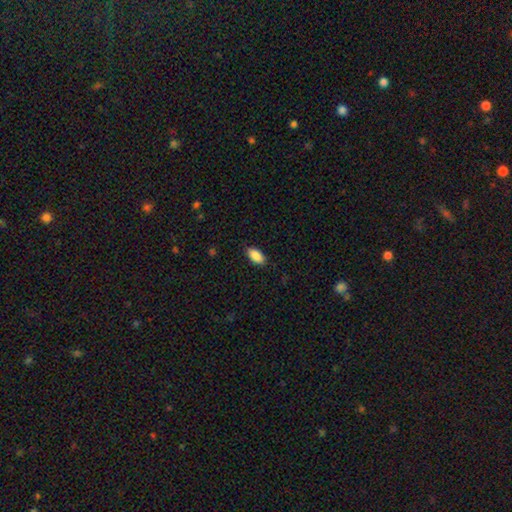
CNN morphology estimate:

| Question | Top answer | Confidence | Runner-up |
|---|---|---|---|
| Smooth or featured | smooth | 89% | star or artifact (7%) |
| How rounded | in between | 92% | cigar-shaped (5%) |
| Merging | none | 85% | minor disturbance (11%) |